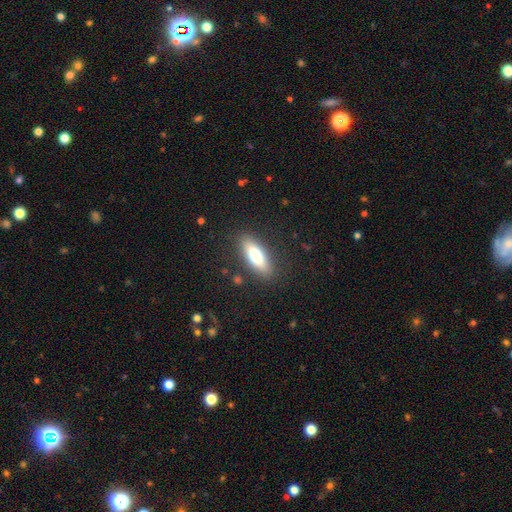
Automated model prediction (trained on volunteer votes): Smooth or featured: smooth — 70% (featured or disk — 23%)
How rounded: in between — 61% (cigar-shaped — 37%)
Merging: none — 85% (minor disturbance — 10%)